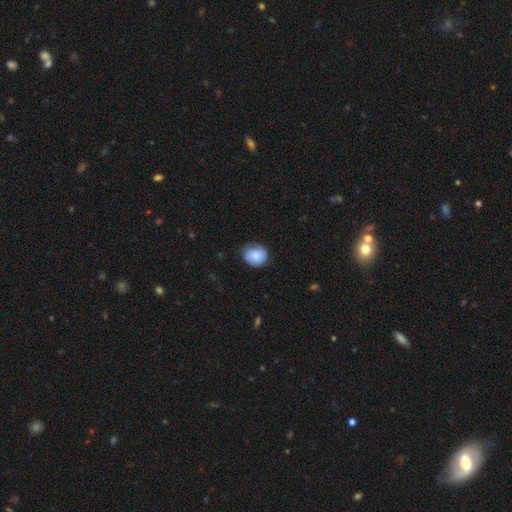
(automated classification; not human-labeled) Smooth or featured? Predicted: smooth (p=0.80). How rounded? Predicted: round (p=0.73). Merging? Predicted: none (p=0.69).